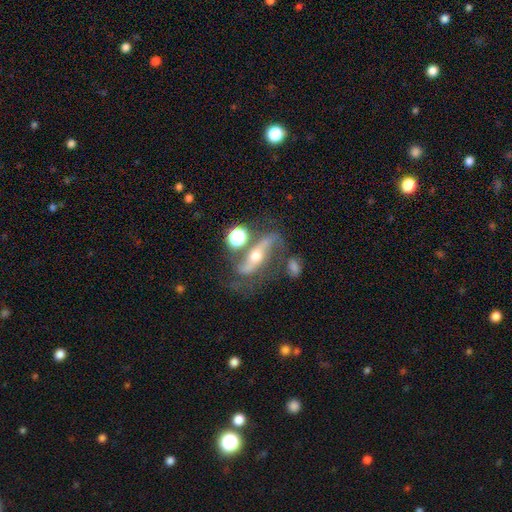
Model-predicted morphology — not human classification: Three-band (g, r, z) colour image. It shows a featured or disk galaxy (79%) with a strong bar (39%), 2 (89%) loose (66%) spiral arms (90%) and a moderate central bulge (67%). Merging: none (51%).